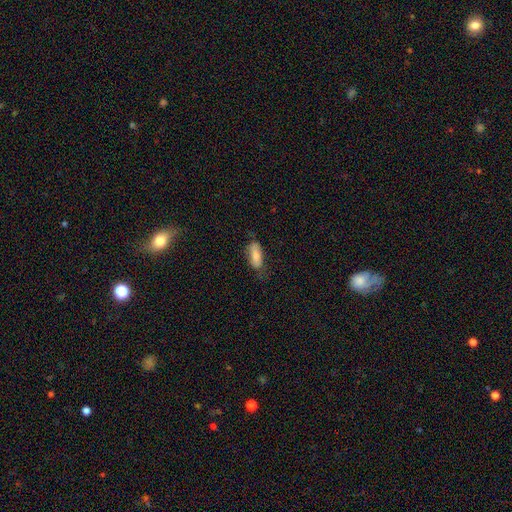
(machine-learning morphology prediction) Q: Smooth or featured?
A: smooth (79%); runner-up: featured or disk (15%)
Q: How rounded?
A: in between (81%); runner-up: cigar-shaped (16%)
Q: Merging?
A: none (64%); runner-up: minor disturbance (27%)